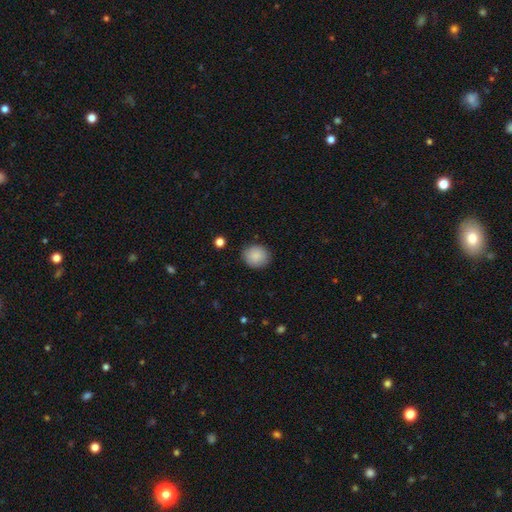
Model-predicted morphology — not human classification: This is clearly a smooth galaxy (89%). How rounded: likely round (77%). Merging: clearly none (88%).